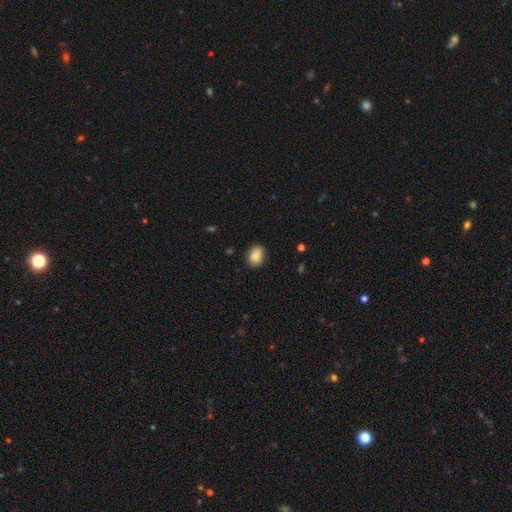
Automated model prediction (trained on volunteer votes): Q: Smooth or featured?
A: smooth (86%); runner-up: star or artifact (8%)
Q: How rounded?
A: in between (62%); runner-up: round (37%)
Q: Merging?
A: none (81%); runner-up: minor disturbance (15%)